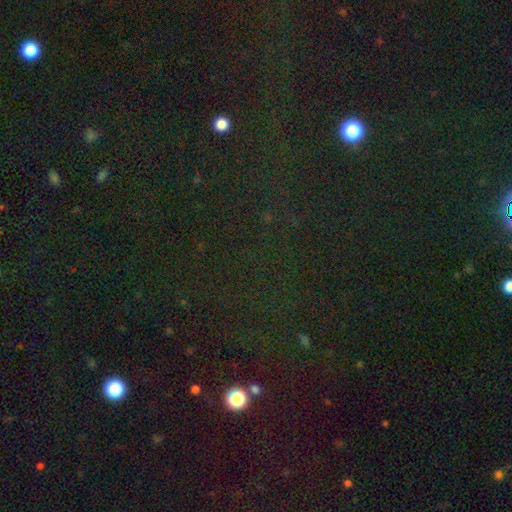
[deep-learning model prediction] Smooth or featured?
  - star or artifact: 77% *
  - smooth: 16%
  - featured or disk: 8%